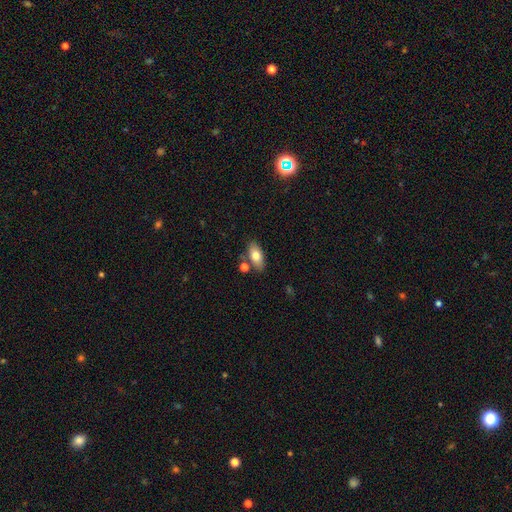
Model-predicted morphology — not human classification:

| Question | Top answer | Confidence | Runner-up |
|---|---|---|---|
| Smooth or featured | smooth | 75% | featured or disk (18%) |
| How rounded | in between | 88% | cigar-shaped (8%) |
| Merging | none | 75% | minor disturbance (12%) |